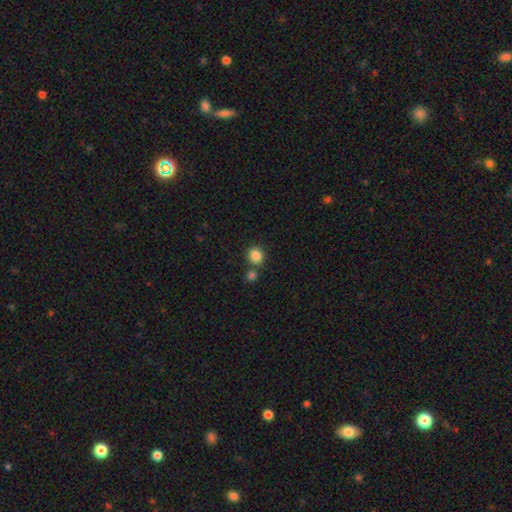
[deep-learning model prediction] Smooth or featured?
  - smooth: 85% *
  - star or artifact: 10%
  - featured or disk: 4%
How rounded?
  - round: 84% *
  - in between: 15%
  - cigar-shaped: 1%
Merging?
  - none: 71% *
  - merger: 18%
  - minor disturbance: 8%
  - major disturbance: 3%